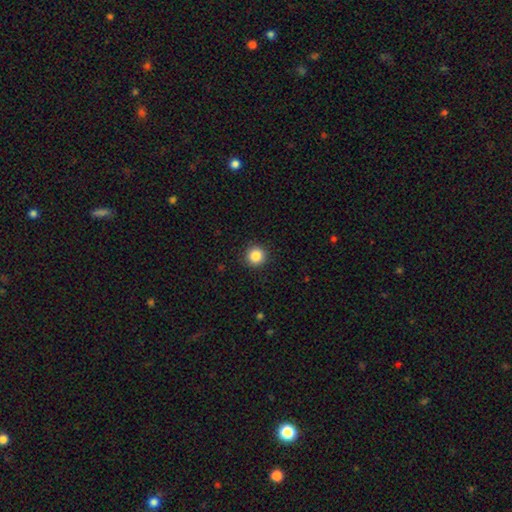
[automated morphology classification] Smooth or featured? smooth (86%)
How rounded? round (96%)
Merging? none (92%)